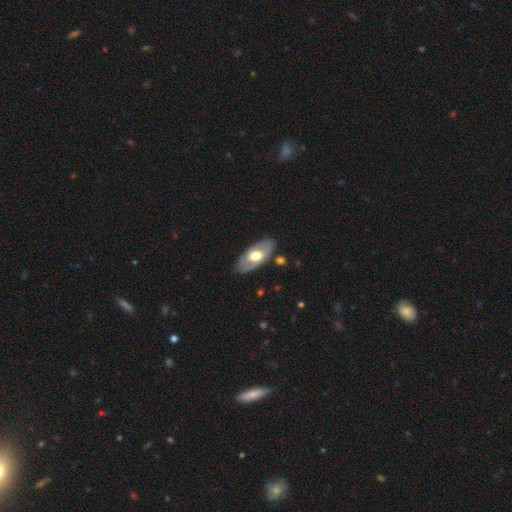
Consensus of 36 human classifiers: This appears to be a featured or disk galaxy (61%) with no bar (64%), no spiral arms (93%) and a moderate central bulge (79%). Merging: none (85%).